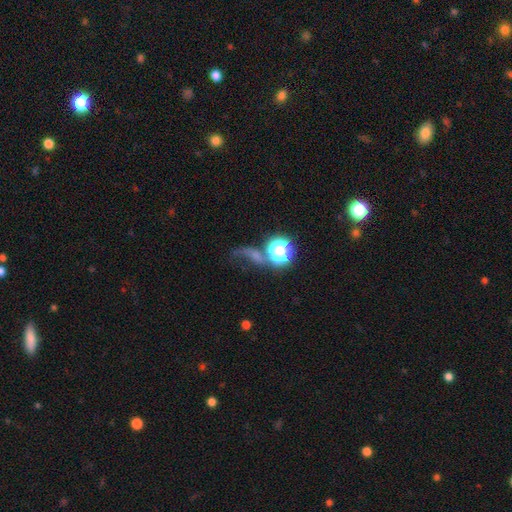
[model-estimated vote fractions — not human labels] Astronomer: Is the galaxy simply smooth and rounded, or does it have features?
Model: star or artifact — 45% (runner-up: smooth, 32%).